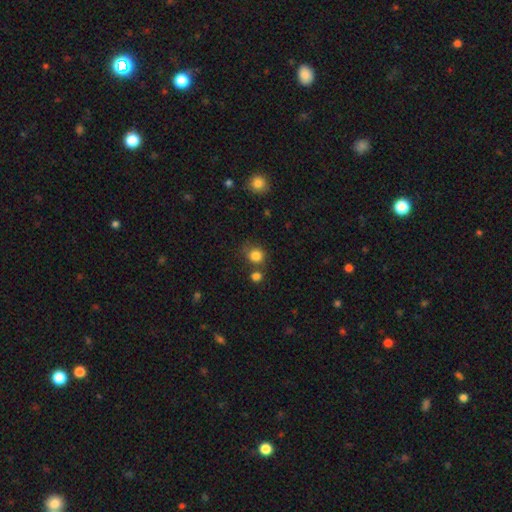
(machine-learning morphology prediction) smooth_or_featured: smooth (p=0.83) [alt: star or artifact p=0.12]
how_rounded: round (p=0.84) [alt: in between p=0.15]
merging: none (p=0.68) [alt: minor disturbance p=0.14]